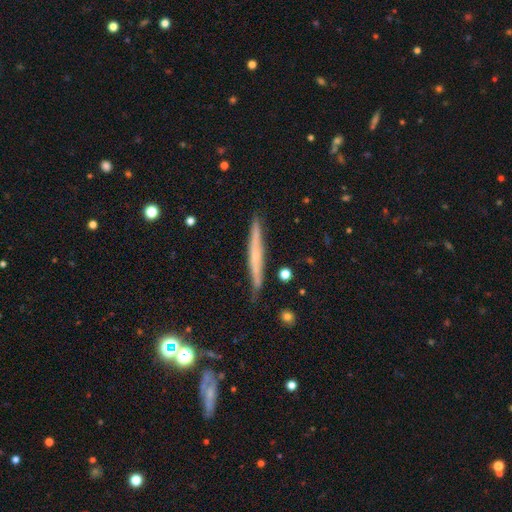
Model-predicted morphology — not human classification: Smooth or featured? Predicted: featured or disk (p=0.63). Edge-on disk? Predicted: yes (p=0.95). Edge-on bulge? Predicted: rounded (p=0.50). Merging? Predicted: none (p=0.84).